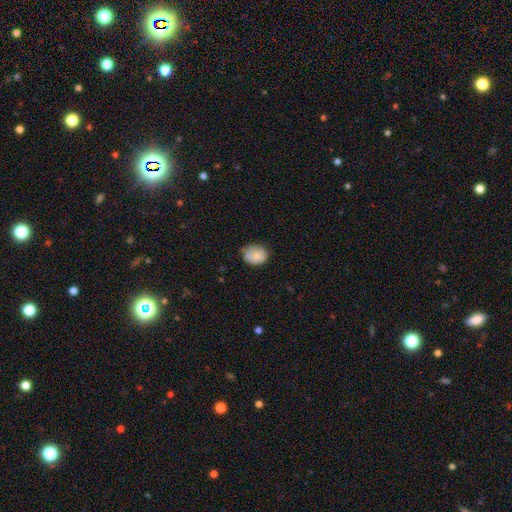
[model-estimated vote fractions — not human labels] This is clearly a smooth galaxy (84%). How rounded: possibly round (53%). Merging: likely none (62%).